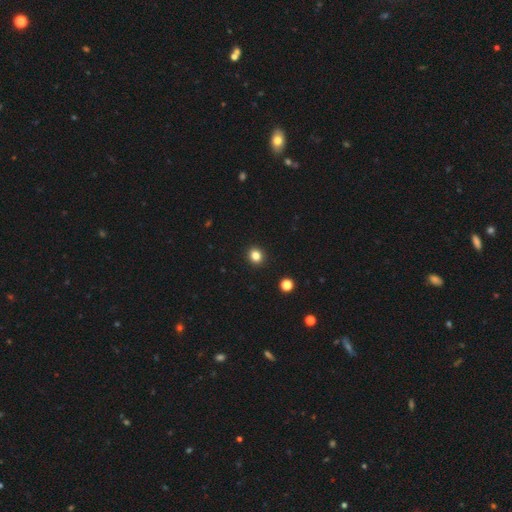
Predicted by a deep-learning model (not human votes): Overall: smooth (83%). How rounded: round (81%). Merging: none (93%).